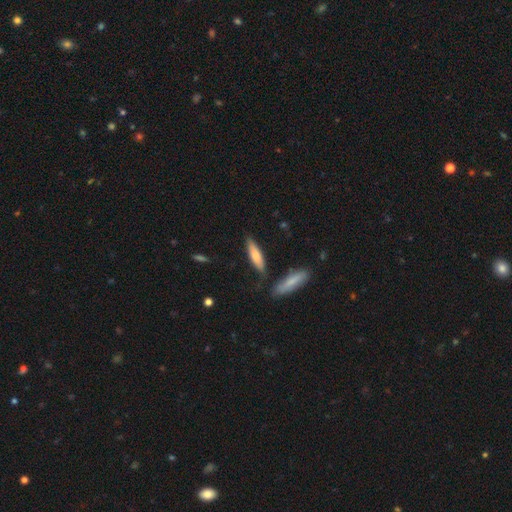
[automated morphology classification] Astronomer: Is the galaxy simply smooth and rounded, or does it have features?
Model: smooth — 74%.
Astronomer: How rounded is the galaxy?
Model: cigar-shaped — 71%.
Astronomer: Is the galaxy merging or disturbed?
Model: none — 74%.